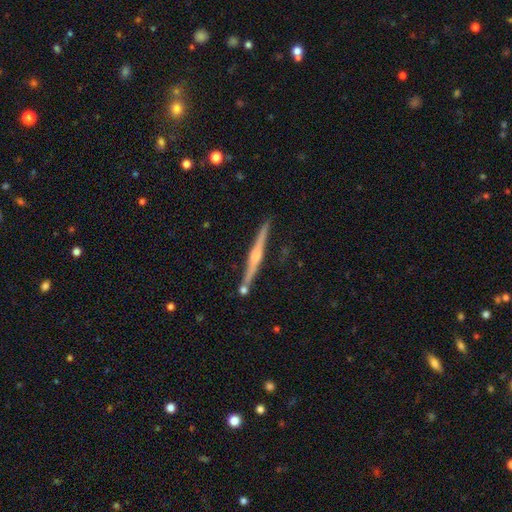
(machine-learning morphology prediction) Overall: featured or disk (78%). Edge-on disk: yes (98%). Edge-on bulge: rounded (80%). Merging: none (86%).